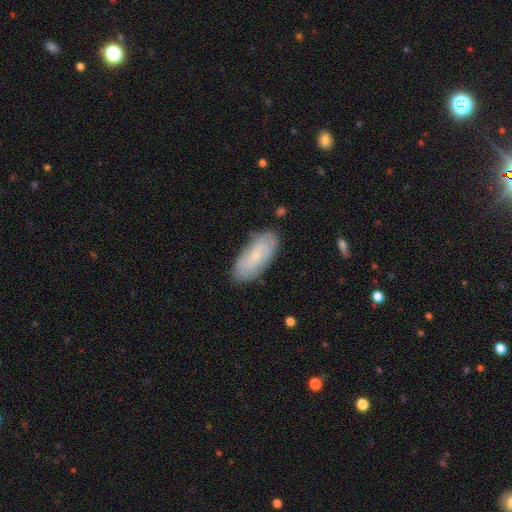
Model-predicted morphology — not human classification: smooth-or-featured: smooth: 60% | featured or disk: 33% | star or artifact: 7%
  how-rounded: in between: 85% | cigar-shaped: 13% | round: 2%
  merging: none: 81% | minor disturbance: 14% | major disturbance: 3% | merger: 1%